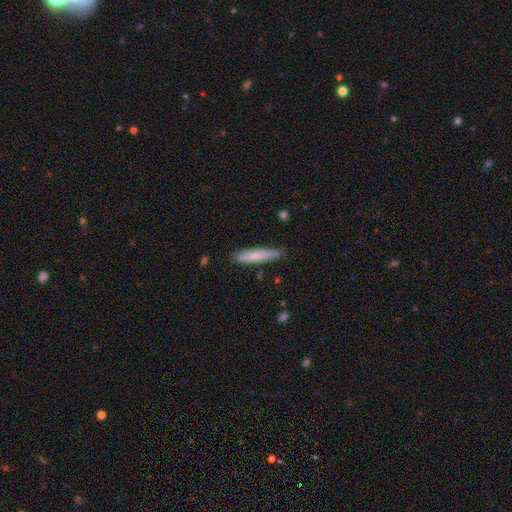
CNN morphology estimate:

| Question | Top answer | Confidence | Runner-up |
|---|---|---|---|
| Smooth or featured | smooth | 74% | featured or disk (21%) |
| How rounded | cigar-shaped | 90% | in between (9%) |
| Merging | none | 79% | minor disturbance (16%) |